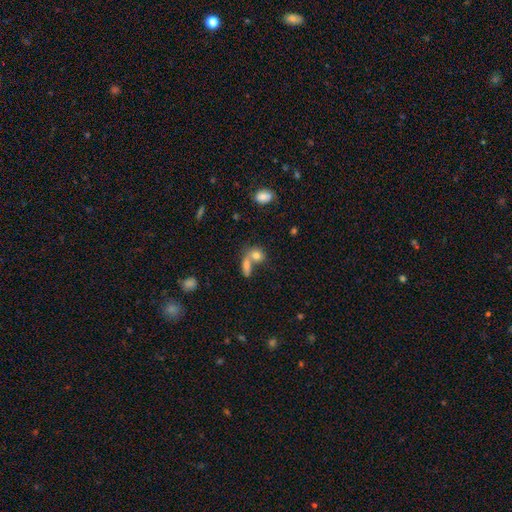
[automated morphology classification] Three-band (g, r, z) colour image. It shows a smooth galaxy with no disk features (77%) that is in between round and cigar-shaped (51%). Merging: merger (55%).